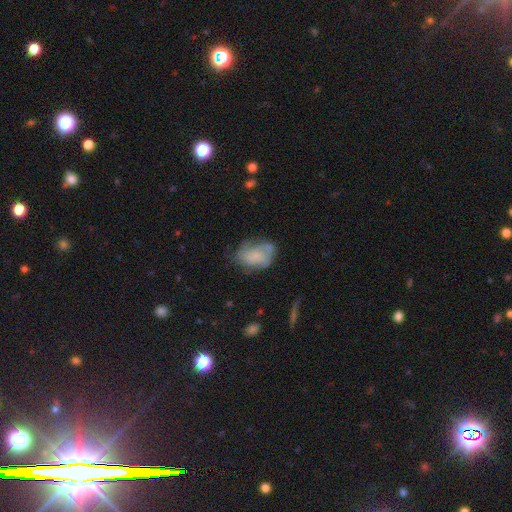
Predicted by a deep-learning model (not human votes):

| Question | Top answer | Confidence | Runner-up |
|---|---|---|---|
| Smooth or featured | smooth | 58% | featured or disk (33%) |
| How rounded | in between | 81% | round (17%) |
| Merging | none | 45% | minor disturbance (31%) |